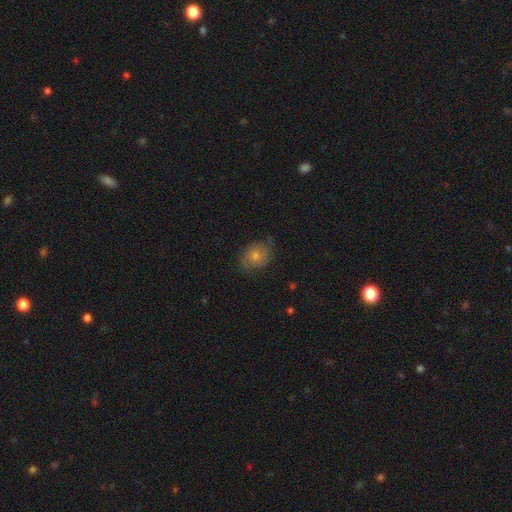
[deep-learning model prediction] Smooth or featured? smooth (54%)
How rounded? round (55%)
Merging? none (73%)